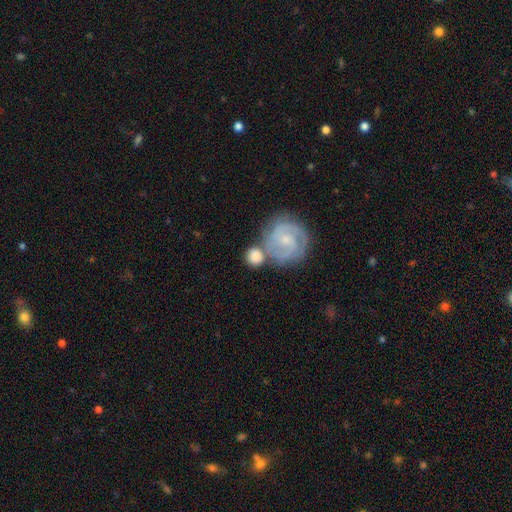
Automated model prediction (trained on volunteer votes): A smooth galaxy with no disk features (61%) that is round (88%).

Vote fractions:
- Smooth or featured? smooth: 61% / featured or disk: 32% / star or artifact: 7%
- How rounded? round: 88% / in between: 11% / cigar-shaped: 1%
- Merging? none: 58% / merger: 24% / minor disturbance: 13% / major disturbance: 5%